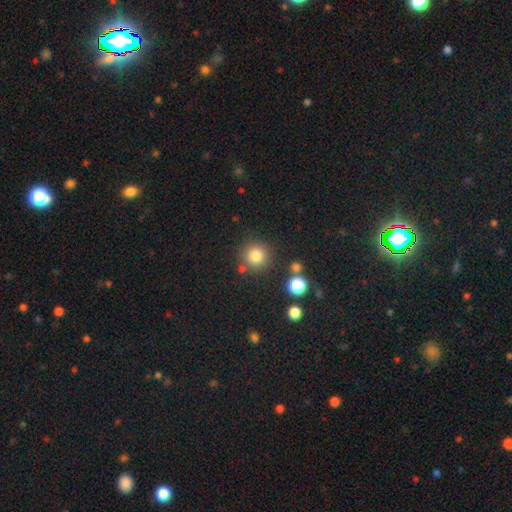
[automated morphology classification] The model was most divided on "smooth or featured": smooth: 81%, star or artifact: 13%, featured or disk: 6%. More confident: how rounded — round (94%); merging — none (82%).